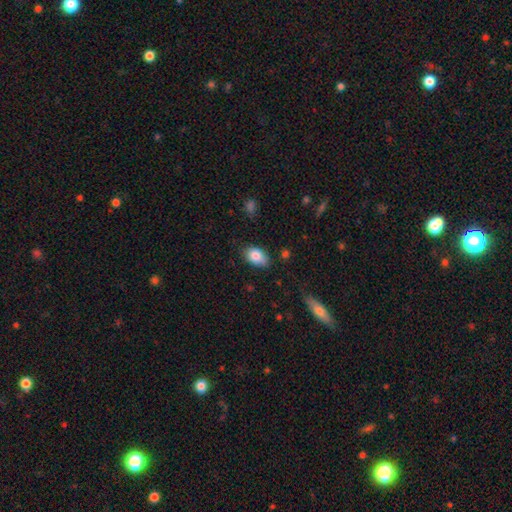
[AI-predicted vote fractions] Smooth or featured?
  - smooth: 85% *
  - star or artifact: 8%
  - featured or disk: 8%
How rounded?
  - in between: 88% *
  - round: 11%
  - cigar-shaped: 1%
Merging?
  - none: 74% *
  - minor disturbance: 21%
  - major disturbance: 3%
  - merger: 2%